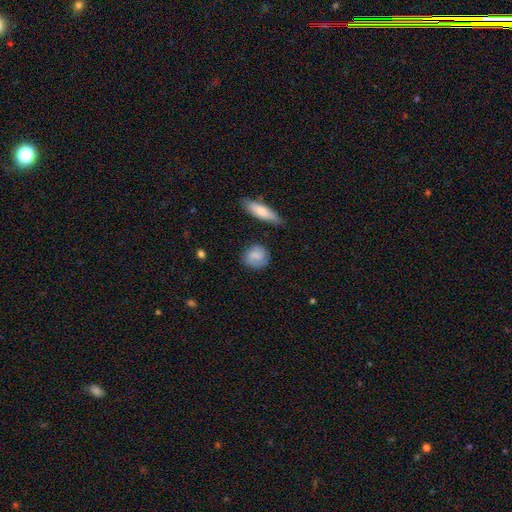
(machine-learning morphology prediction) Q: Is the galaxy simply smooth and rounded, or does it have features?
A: smooth — 65%.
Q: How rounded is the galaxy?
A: round — 72%.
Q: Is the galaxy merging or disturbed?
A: none — 78%.